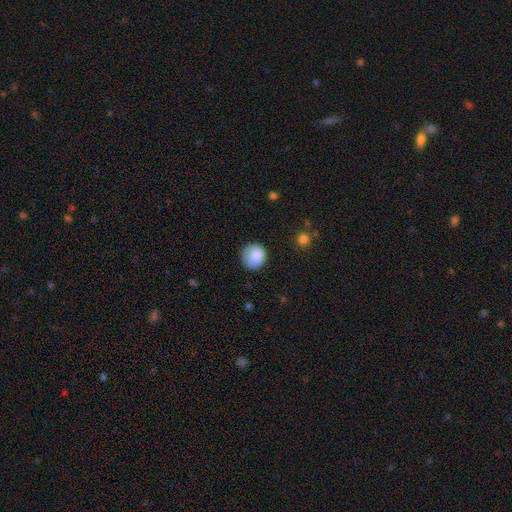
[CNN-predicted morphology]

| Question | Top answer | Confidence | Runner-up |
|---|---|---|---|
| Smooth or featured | smooth | 86% | star or artifact (7%) |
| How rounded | round | 88% | in between (11%) |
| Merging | none | 75% | minor disturbance (18%) |